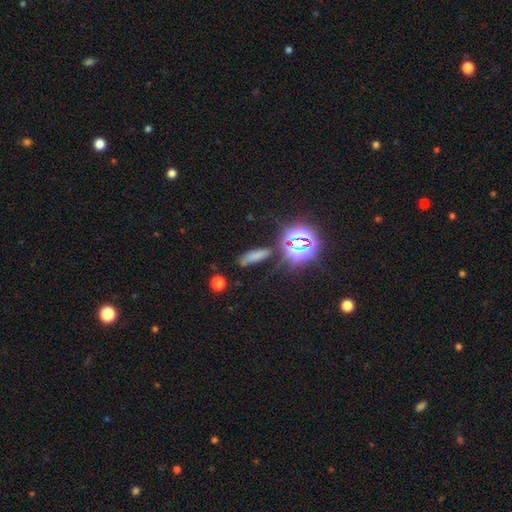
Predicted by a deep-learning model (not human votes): Q: Smooth or featured?
A: smooth (61%); runner-up: star or artifact (27%)
Q: How rounded?
A: cigar-shaped (50%); runner-up: in between (45%)
Q: Merging?
A: none (72%); runner-up: minor disturbance (16%)